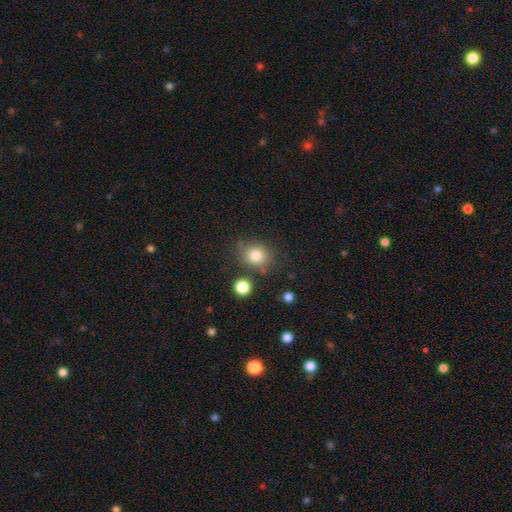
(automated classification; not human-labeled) This is clearly a smooth galaxy (81%). How rounded: likely round (75%). Merging: likely none (73%).